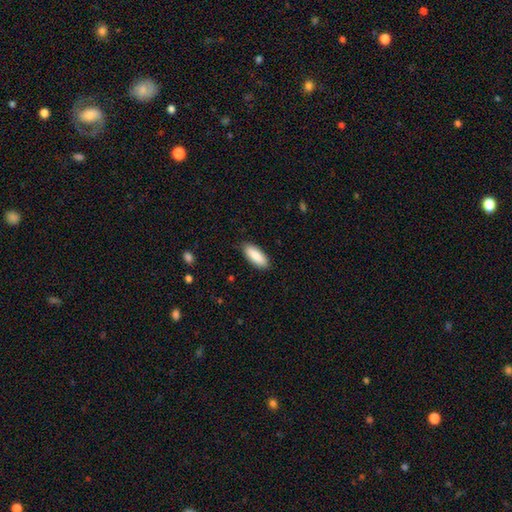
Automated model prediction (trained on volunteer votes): smooth 87%, featured or disk 7%, star or artifact 6%. Down the decision tree: how rounded — in between (78%); merging — none (87%).